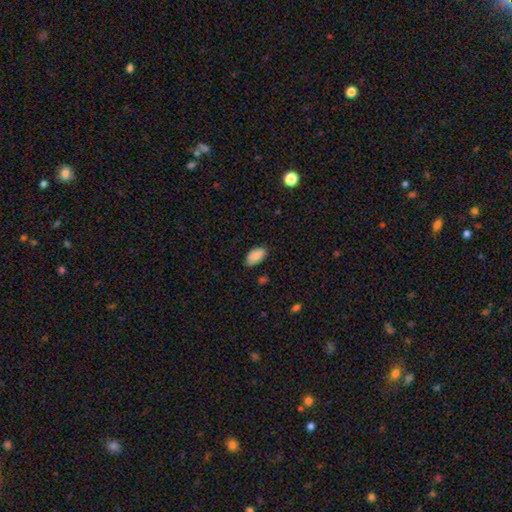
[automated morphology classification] smooth_or_featured: smooth (p=0.88) [alt: star or artifact p=0.07]
how_rounded: in between (p=0.94) [alt: round p=0.04]
merging: none (p=0.80) [alt: minor disturbance p=0.16]